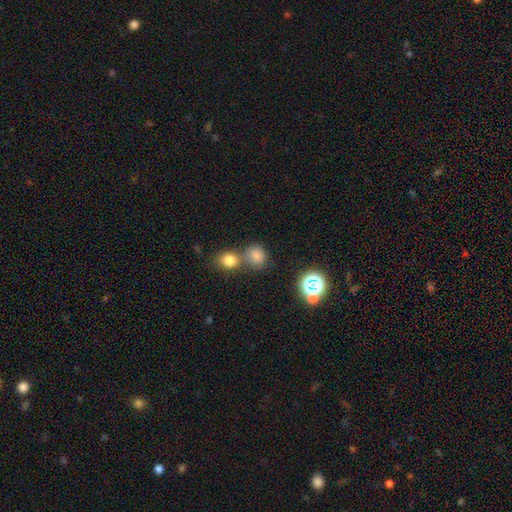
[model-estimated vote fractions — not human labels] A smooth galaxy with no disk features (73%) that is round (75%).

Vote fractions:
- Smooth or featured? smooth: 73% / star or artifact: 21% / featured or disk: 7%
- How rounded? round: 75% / in between: 24% / cigar-shaped: 1%
- Merging? none: 55% / merger: 32% / minor disturbance: 9% / major disturbance: 3%